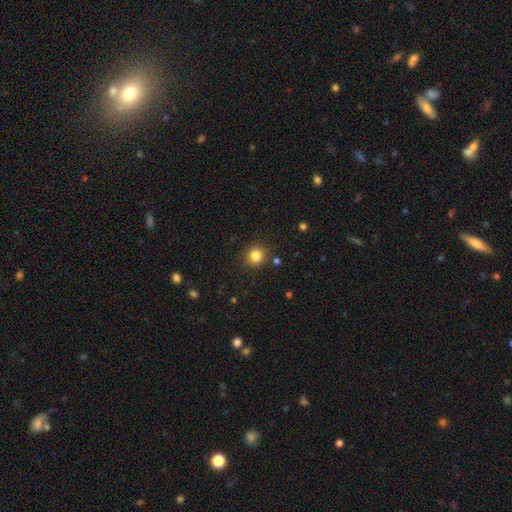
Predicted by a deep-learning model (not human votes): Overall: smooth (83%). How rounded: round (88%). Merging: none (87%).